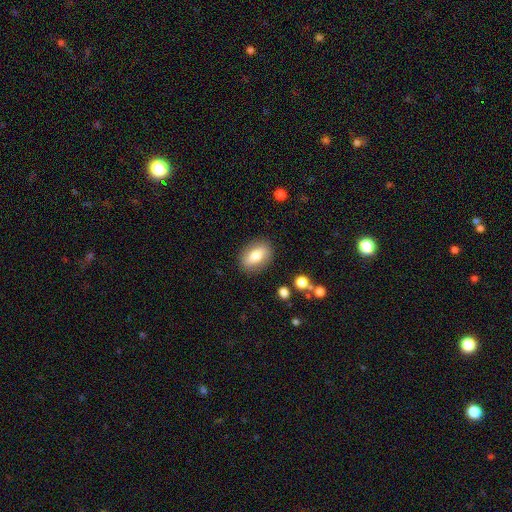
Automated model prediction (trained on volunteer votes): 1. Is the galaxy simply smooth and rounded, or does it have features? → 72% smooth, 20% featured or disk, 8% star or artifact.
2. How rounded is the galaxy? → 83% in between, 14% round, 4% cigar-shaped.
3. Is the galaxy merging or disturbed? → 86% none, 10% minor disturbance, 3% major disturbance, 1% merger.